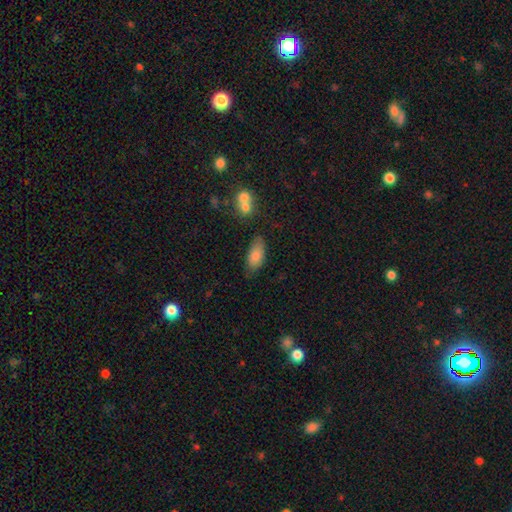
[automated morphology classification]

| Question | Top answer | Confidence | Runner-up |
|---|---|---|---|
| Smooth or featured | smooth | 82% | featured or disk (11%) |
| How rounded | in between | 89% | cigar-shaped (8%) |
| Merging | none | 67% | minor disturbance (22%) |